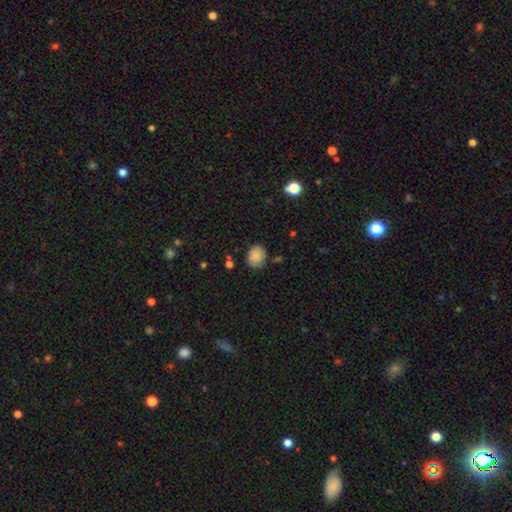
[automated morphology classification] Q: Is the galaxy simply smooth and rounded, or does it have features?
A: smooth — 85%.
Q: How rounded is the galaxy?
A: round — 64%.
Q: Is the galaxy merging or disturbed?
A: none — 73%.